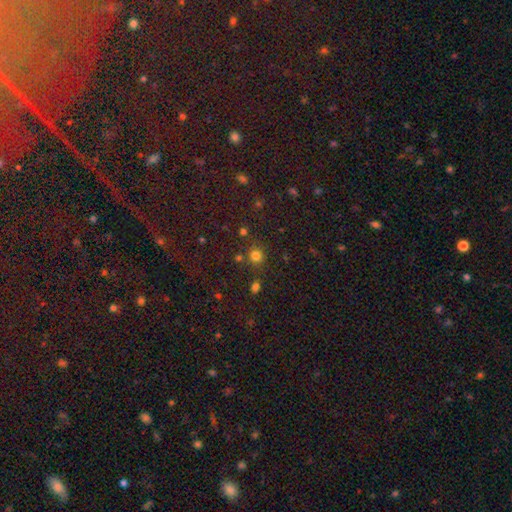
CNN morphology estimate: A smooth galaxy with no disk features (77%) that is round (89%). Merging: none (80%).